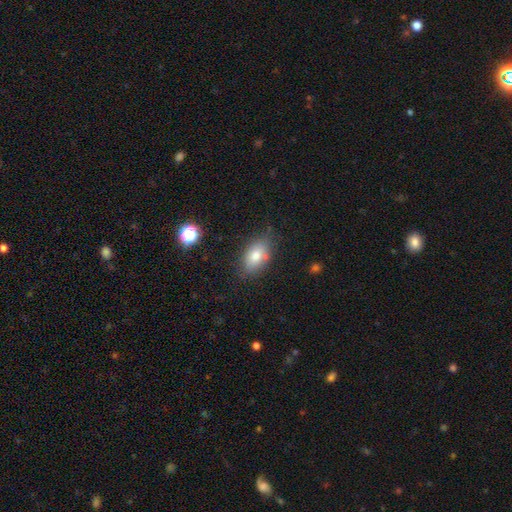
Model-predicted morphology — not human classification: This appears to be a smooth galaxy with no disk features (77%) that is in between round and cigar-shaped (88%). Merging: none (75%).